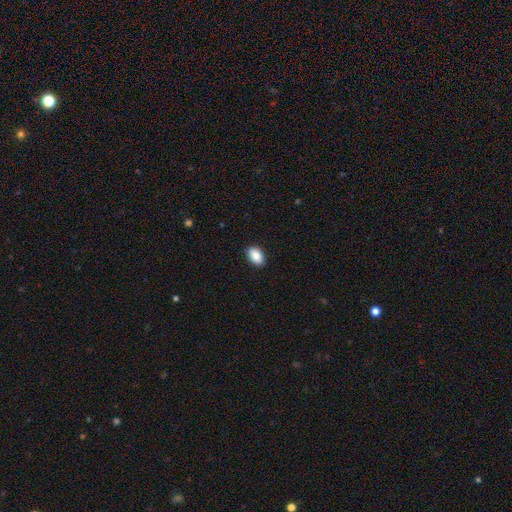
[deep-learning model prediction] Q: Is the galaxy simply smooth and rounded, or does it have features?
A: smooth — 89%.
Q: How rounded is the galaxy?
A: in between — 91%.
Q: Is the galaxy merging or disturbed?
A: none — 89%.